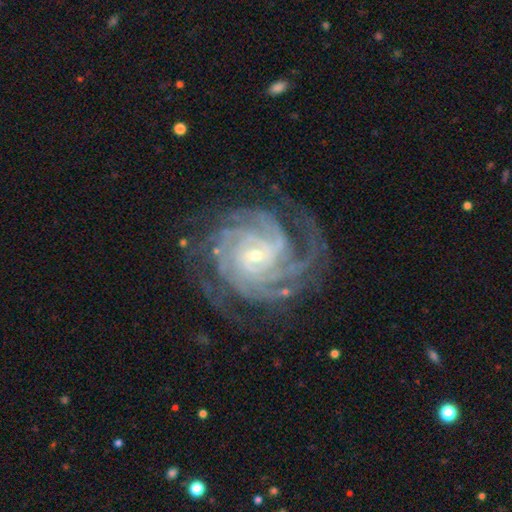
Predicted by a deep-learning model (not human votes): Smooth or featured? featured or disk (92%)
Edge-on disk? no (98%)
Bar? no (60%)
Spiral arms? yes (98%)
Spiral winding? tight (75%)
Spiral arm count? 4 (30%)
Bulge size? small (72%)
Merging? none (74%)